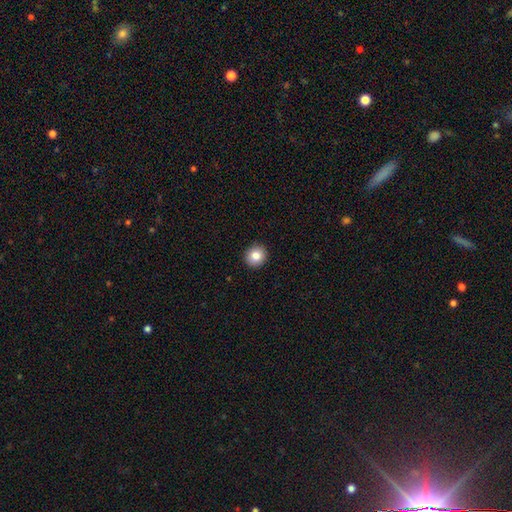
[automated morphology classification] This appears to be a smooth galaxy with no disk features (83%) that is round (89%). Merging: none (92%).